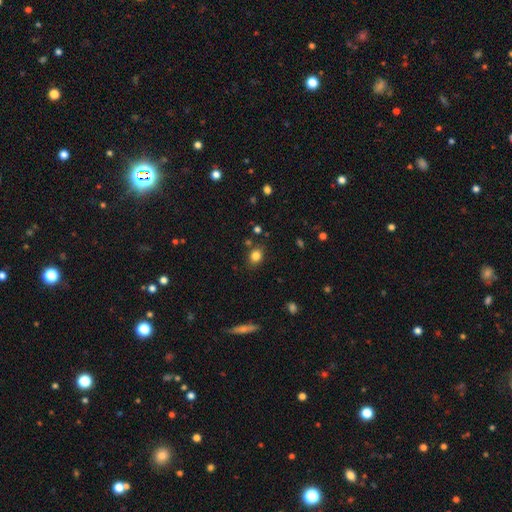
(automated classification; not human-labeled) smooth 82%, star or artifact 12%, featured or disk 6%. Down the decision tree: how rounded — round (52%); merging — none (81%).